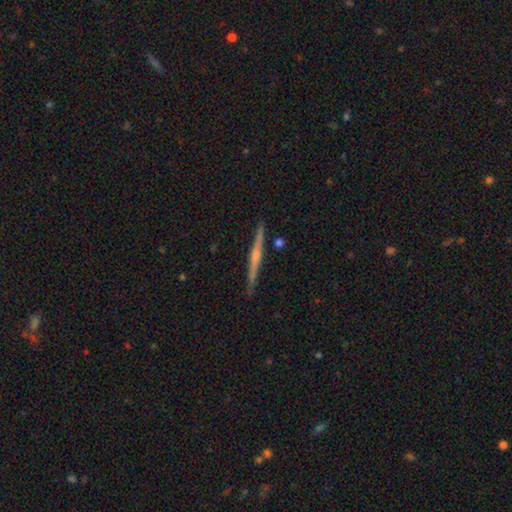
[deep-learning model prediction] Overall: featured or disk (71%). Edge-on disk: yes (98%). Edge-on bulge: rounded (55%; none 32%). Merging: none (90%).